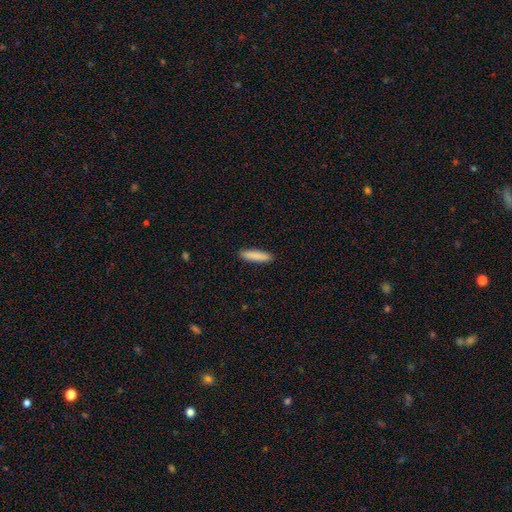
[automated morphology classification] A smooth galaxy with no disk features (87%) that is cigar-shaped (81%). Merging: none (91%).